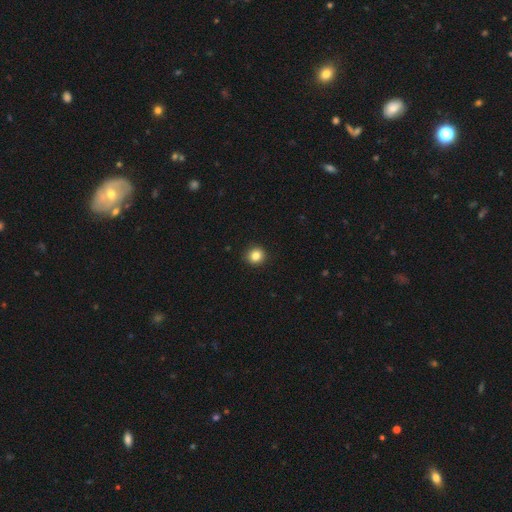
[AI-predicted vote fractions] Smooth or featured?
  - smooth: 84% *
  - star or artifact: 11%
  - featured or disk: 5%
How rounded?
  - round: 89% *
  - in between: 10%
  - cigar-shaped: 1%
Merging?
  - none: 91% *
  - minor disturbance: 6%
  - major disturbance: 2%
  - merger: 1%